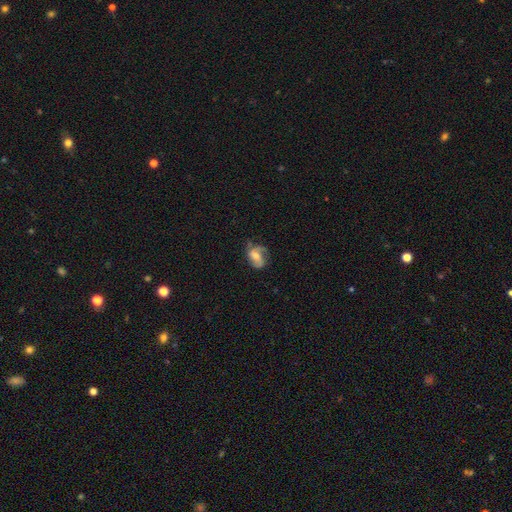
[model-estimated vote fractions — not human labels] This appears to be a featured or disk galaxy (60%) with no bar (47%), spiral arms (85%) and a moderate central bulge (52%). Merging: none (51%).